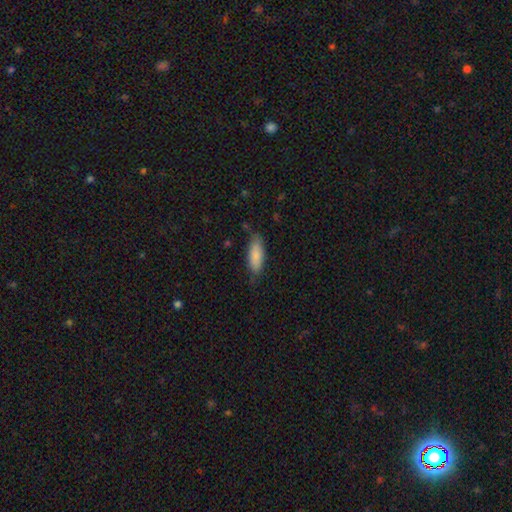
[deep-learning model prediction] Smooth or featured? smooth (85%)
How rounded? in between (70%)
Merging? none (72%)